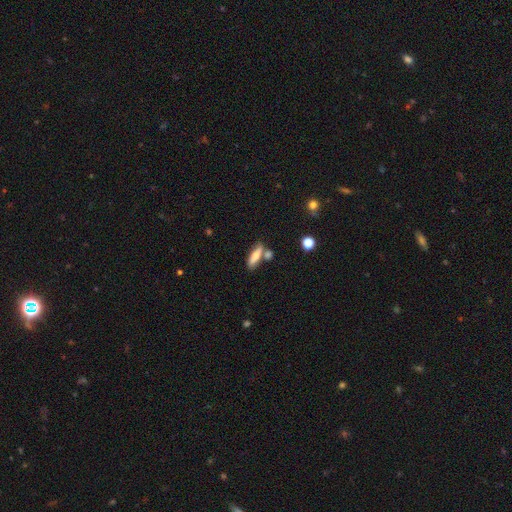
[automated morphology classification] This is likely a smooth galaxy (66%). How rounded: possibly cigar-shaped (53%). Merging: likely none (63%).